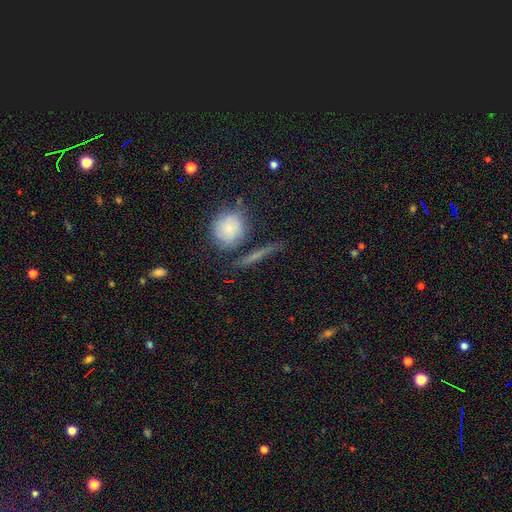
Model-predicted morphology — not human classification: Smooth or featured?
  - smooth: 51% *
  - featured or disk: 31%
  - star or artifact: 17%
How rounded?
  - cigar-shaped: 43% *
  - round: 37%
  - in between: 20%
Merging?
  - none: 73% *
  - minor disturbance: 13%
  - merger: 8%
  - major disturbance: 6%